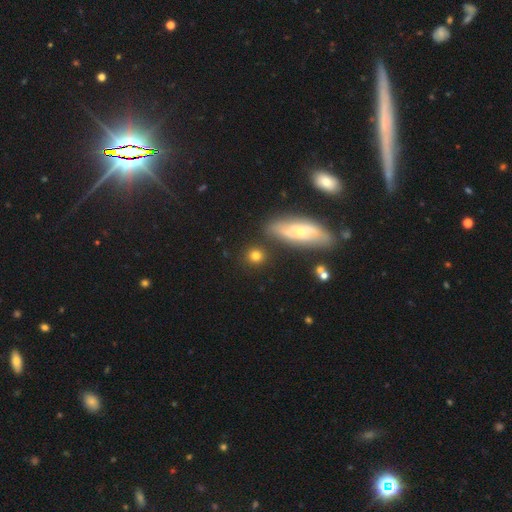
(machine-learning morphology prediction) Smooth or featured? smooth (77%)
How rounded? round (85%)
Merging? none (83%)